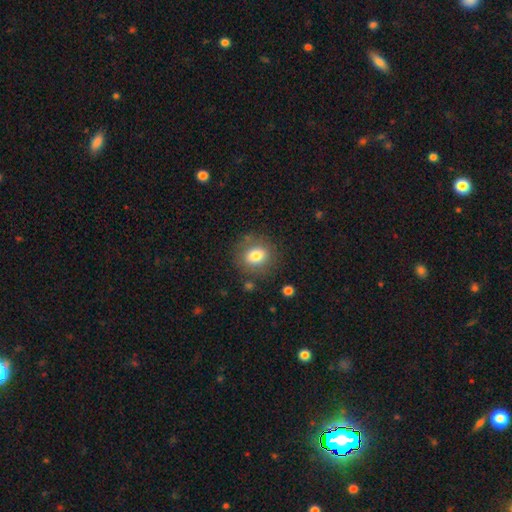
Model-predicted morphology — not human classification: The model was most divided on "how rounded": round: 68%, in between: 31%, cigar-shaped: 1%. More confident: merging — none (80%); smooth or featured — smooth (79%).